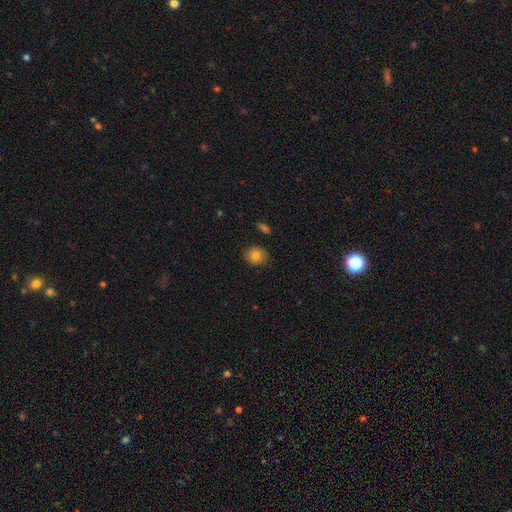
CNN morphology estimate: smooth_or_featured: smooth (p=0.79) [alt: featured or disk p=0.11]
how_rounded: round (p=0.58) [alt: in between p=0.41]
merging: none (p=0.83) [alt: minor disturbance p=0.13]